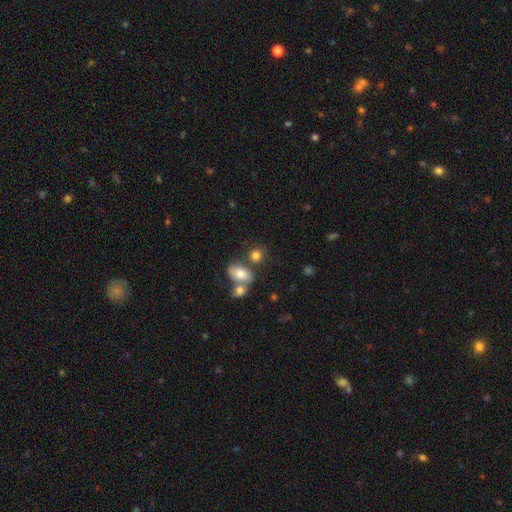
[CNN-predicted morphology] Smooth or featured? Predicted: smooth (p=0.80). How rounded? Predicted: round (p=0.51). Merging? Predicted: none (p=0.50).